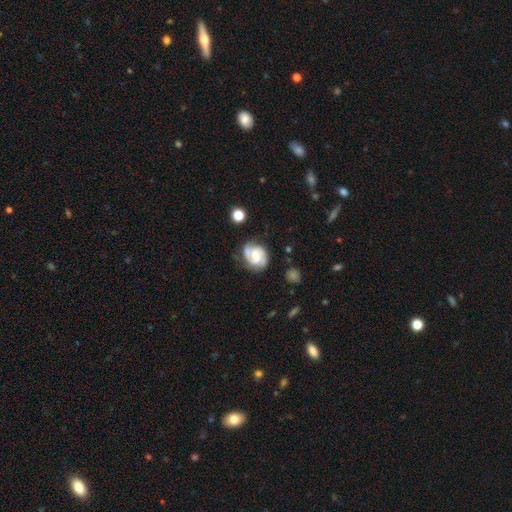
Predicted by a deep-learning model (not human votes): Smooth or featured? Predicted: featured or disk (p=0.77). Edge-on disk? Predicted: no (p=0.98). Bar? Predicted: weak (p=0.49). Spiral arms? Predicted: yes (p=0.94). Spiral winding? Predicted: medium (p=0.48). Spiral arm count? Predicted: 2 (p=0.81). Bulge size? Predicted: moderate (p=0.43). Merging? Predicted: none (p=0.70).